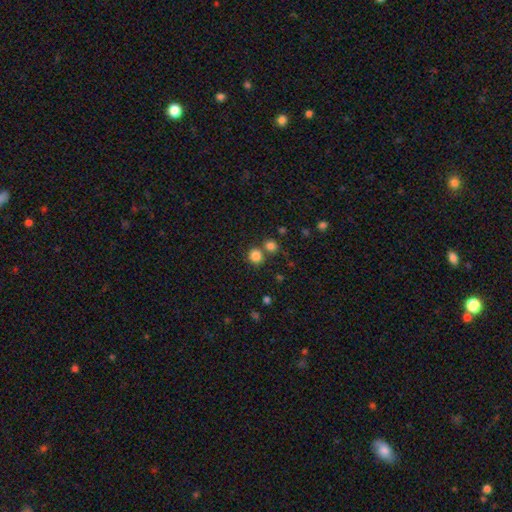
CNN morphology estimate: smooth 83%, star or artifact 12%, featured or disk 5%. Down the decision tree: how rounded — round (89%); merging — none (70%).